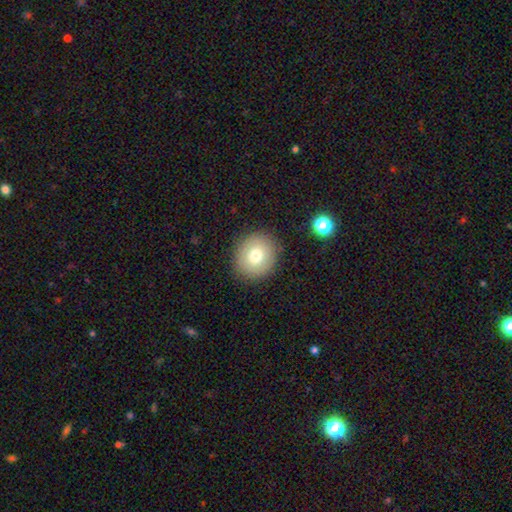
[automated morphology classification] smooth-or-featured: smooth: 75% | featured or disk: 14% | star or artifact: 10%
  how-rounded: round: 83% | in between: 16% | cigar-shaped: 1%
  merging: none: 88% | minor disturbance: 8% | major disturbance: 3% | merger: 1%